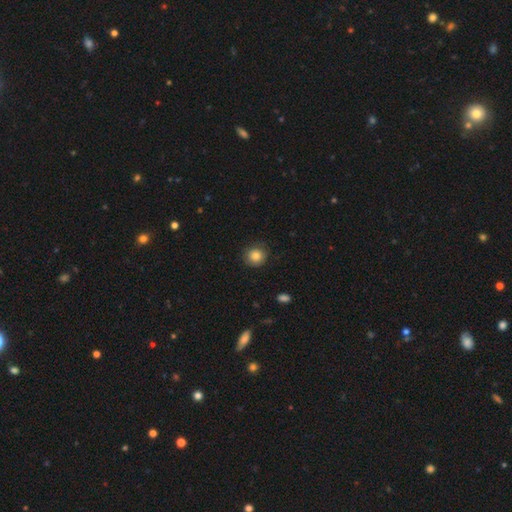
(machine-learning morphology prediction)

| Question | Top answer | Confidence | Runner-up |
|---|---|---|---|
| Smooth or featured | smooth | 82% | star or artifact (9%) |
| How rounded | round | 89% | in between (10%) |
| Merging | none | 83% | minor disturbance (13%) |